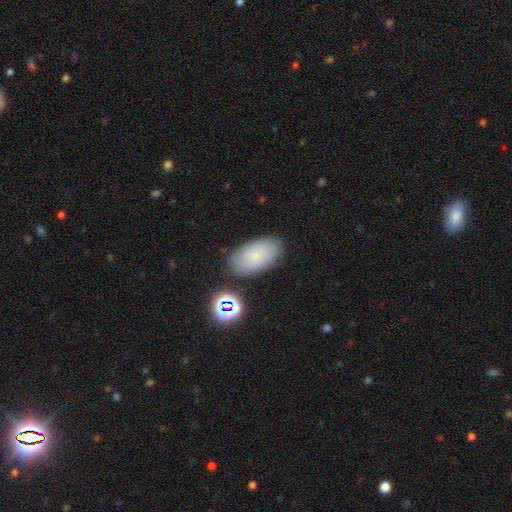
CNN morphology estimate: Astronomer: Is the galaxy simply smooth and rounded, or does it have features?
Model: smooth — 75%.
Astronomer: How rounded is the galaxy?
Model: in between — 94%.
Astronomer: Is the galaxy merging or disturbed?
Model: none — 80%.